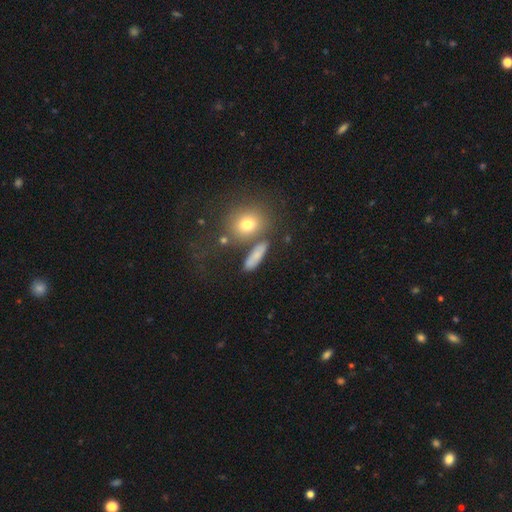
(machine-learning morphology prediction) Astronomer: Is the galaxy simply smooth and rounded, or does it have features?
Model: smooth — 75%.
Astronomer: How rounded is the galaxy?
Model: cigar-shaped — 43% (runner-up: in between, 36%).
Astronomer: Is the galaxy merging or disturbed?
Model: none — 74%.